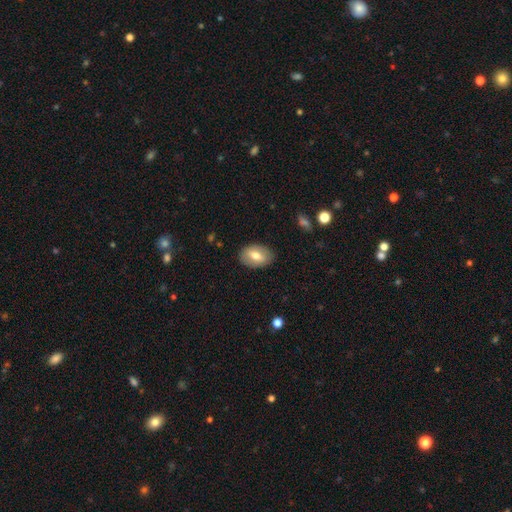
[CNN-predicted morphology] This appears to be a smooth galaxy with no disk features (69%) that is in between round and cigar-shaped (88%). Merging: none (86%).